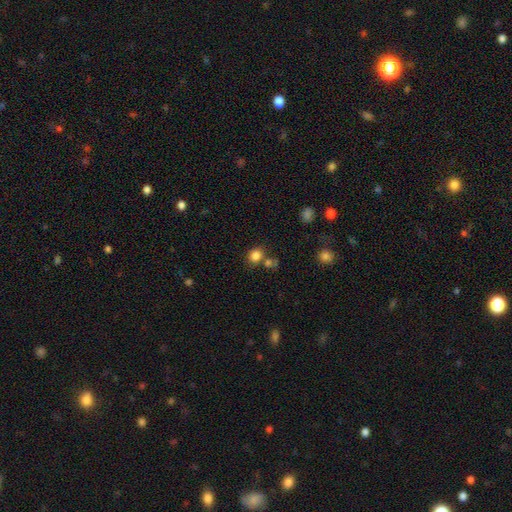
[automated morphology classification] A smooth galaxy with no disk features (82%) that is round (66%).

Vote fractions:
- Smooth or featured? smooth: 82% / star or artifact: 12% / featured or disk: 6%
- How rounded? round: 66% / in between: 33% / cigar-shaped: 1%
- Merging? none: 64% / merger: 20% / minor disturbance: 12% / major disturbance: 5%